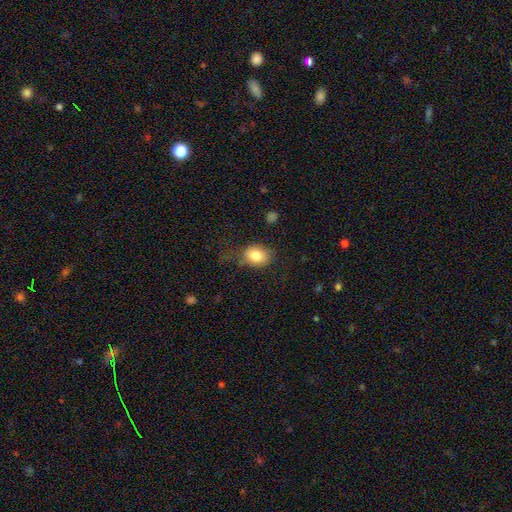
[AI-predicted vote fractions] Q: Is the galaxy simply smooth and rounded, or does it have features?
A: smooth — 81%.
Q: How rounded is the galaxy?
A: in between — 56%.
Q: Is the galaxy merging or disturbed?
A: none — 66%.